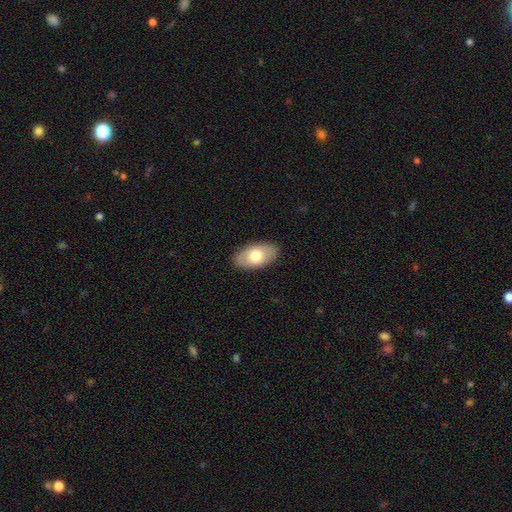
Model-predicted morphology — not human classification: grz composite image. It shows a smooth galaxy with no disk features (70%) that is in between round and cigar-shaped (94%). Merging: none (88%).